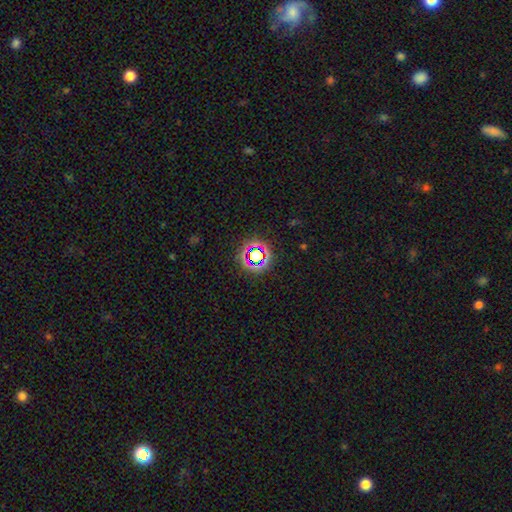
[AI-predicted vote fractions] Overall: star or artifact (67%).